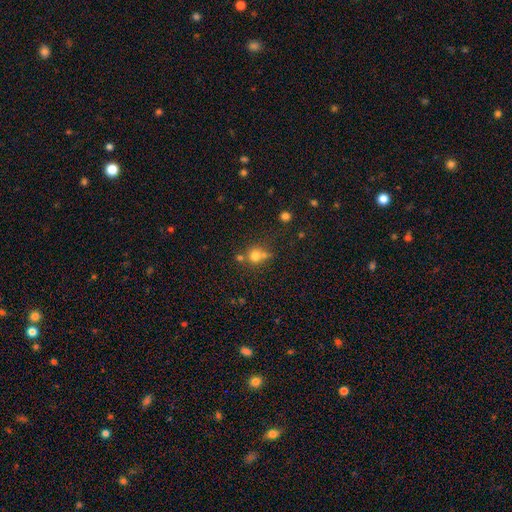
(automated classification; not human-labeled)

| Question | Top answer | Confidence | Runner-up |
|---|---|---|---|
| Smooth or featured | smooth | 73% | star or artifact (17%) |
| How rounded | round | 86% | in between (13%) |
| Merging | none | 53% | merger (33%) |